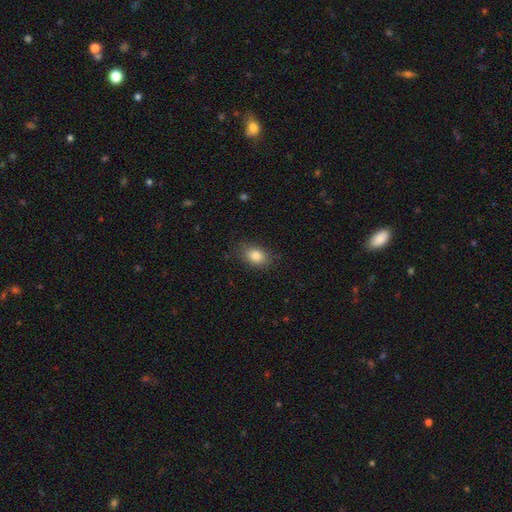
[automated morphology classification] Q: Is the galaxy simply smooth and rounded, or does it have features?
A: smooth — 85%.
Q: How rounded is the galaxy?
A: in between — 78%.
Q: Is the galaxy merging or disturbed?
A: none — 82%.